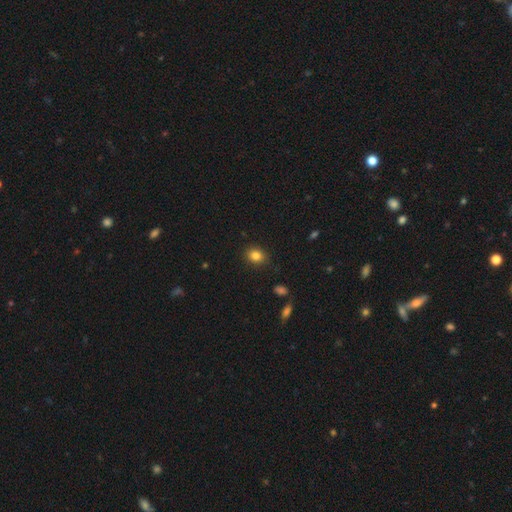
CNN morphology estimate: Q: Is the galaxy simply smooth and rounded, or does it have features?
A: smooth — 83%.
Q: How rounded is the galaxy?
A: round — 56%.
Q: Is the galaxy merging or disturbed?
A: none — 87%.